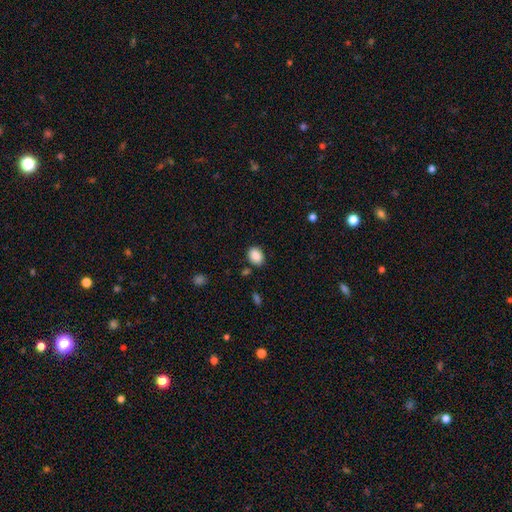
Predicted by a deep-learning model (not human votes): smooth-or-featured: smooth: 87% | star or artifact: 8% | featured or disk: 5%
  how-rounded: in between: 67% | round: 32% | cigar-shaped: 1%
  merging: none: 83% | minor disturbance: 11% | merger: 4% | major disturbance: 3%